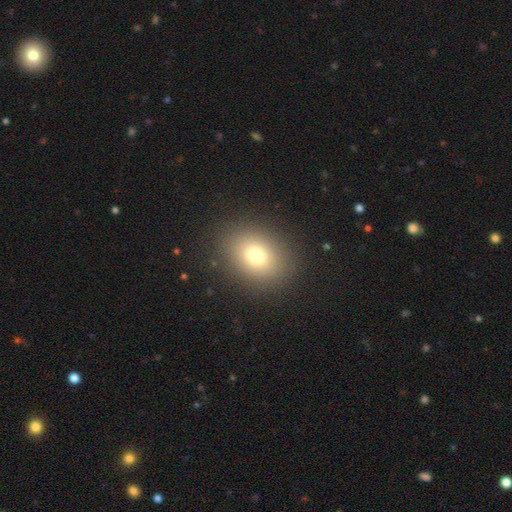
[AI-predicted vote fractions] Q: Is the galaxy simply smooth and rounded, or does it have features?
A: smooth — 74%.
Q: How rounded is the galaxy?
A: in between — 57%.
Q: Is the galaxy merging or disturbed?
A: none — 88%.